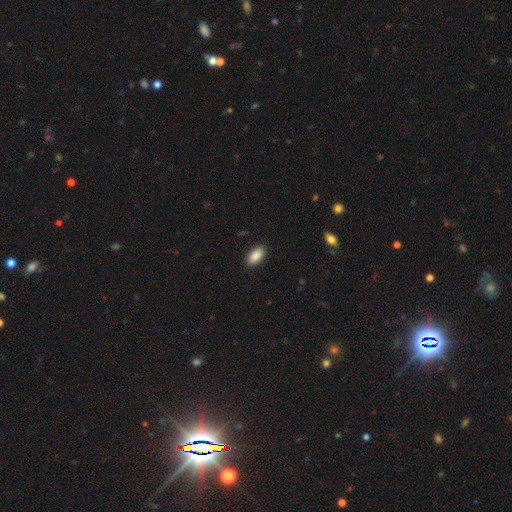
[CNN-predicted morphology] Q: Smooth or featured?
A: smooth (89%); runner-up: star or artifact (7%)
Q: How rounded?
A: in between (94%); runner-up: round (3%)
Q: Merging?
A: none (89%); runner-up: minor disturbance (8%)